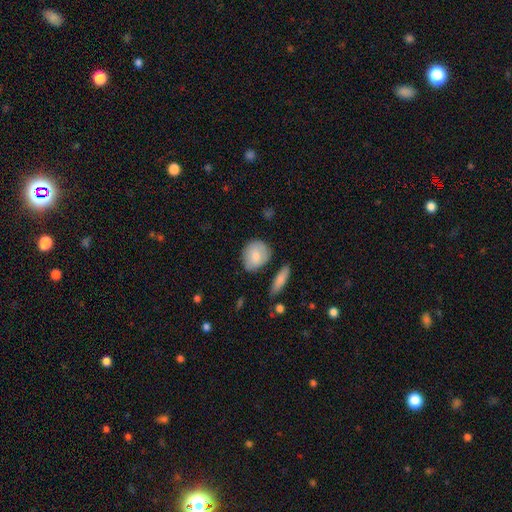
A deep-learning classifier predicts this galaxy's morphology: A smooth galaxy with no disk features (78%) that is round (55%). Merging: none (69%).